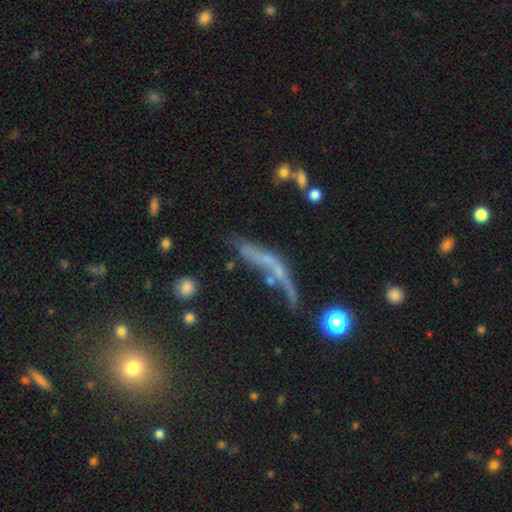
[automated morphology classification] type=featured or disk (47%); merging=none (34%).